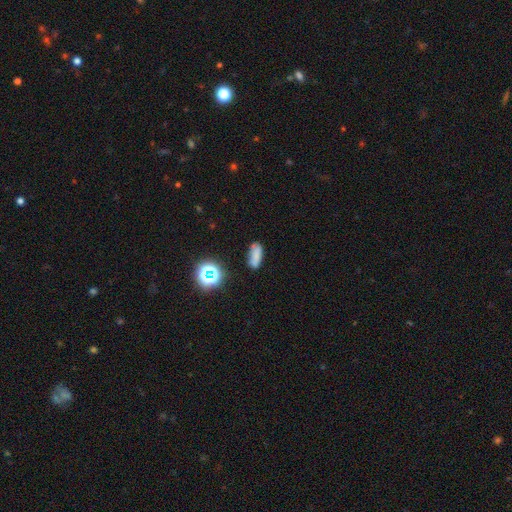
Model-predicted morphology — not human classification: smooth_or_featured: smooth (p=0.74) [alt: star or artifact p=0.16]
how_rounded: in between (p=0.66) [alt: cigar-shaped p=0.28]
merging: none (p=0.73) [alt: minor disturbance p=0.18]